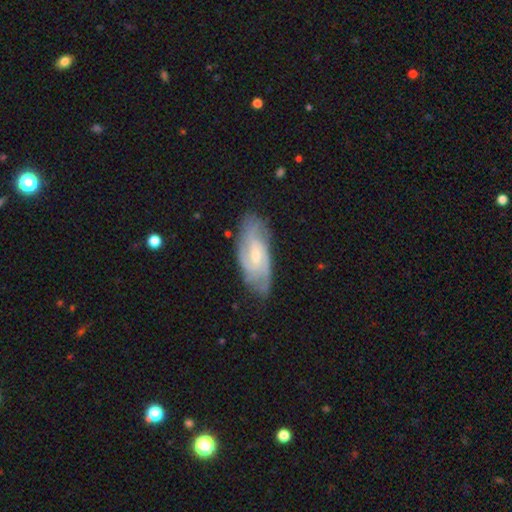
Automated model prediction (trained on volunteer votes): Overall: featured or disk (79%). Edge-on disk: no (93%). Bar: weak (50%; no 41%). Spiral arms: yes (95%). Spiral arm count: 2 (47%; can't tell 23%). Spiral winding: tight (46%; medium 42%). Bulge size: small (57%; moderate 37%). Merging: none (74%).